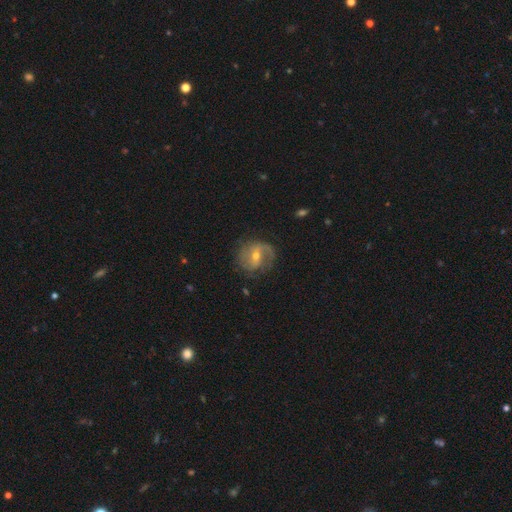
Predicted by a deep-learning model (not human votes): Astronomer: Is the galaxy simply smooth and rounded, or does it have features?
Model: featured or disk — 75%.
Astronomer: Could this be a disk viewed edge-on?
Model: no — 97%.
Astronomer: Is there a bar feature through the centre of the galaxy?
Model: weak — 52%.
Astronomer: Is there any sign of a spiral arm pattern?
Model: yes — 88%.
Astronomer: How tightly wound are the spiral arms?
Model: medium — 44% (runner-up: loose, 29%).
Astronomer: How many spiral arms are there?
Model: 2 — 59%.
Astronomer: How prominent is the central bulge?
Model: moderate — 52% (runner-up: small, 45%).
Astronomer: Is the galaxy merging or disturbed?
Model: none — 66%.